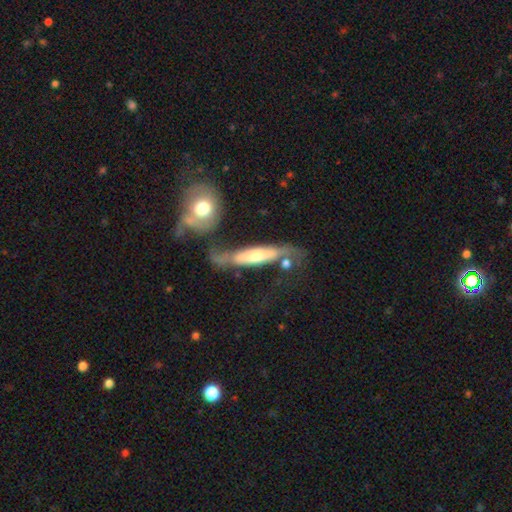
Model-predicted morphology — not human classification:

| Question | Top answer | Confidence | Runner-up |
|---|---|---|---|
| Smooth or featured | smooth | 49% | featured or disk (44%) |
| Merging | none | 34% | merger (29%) |